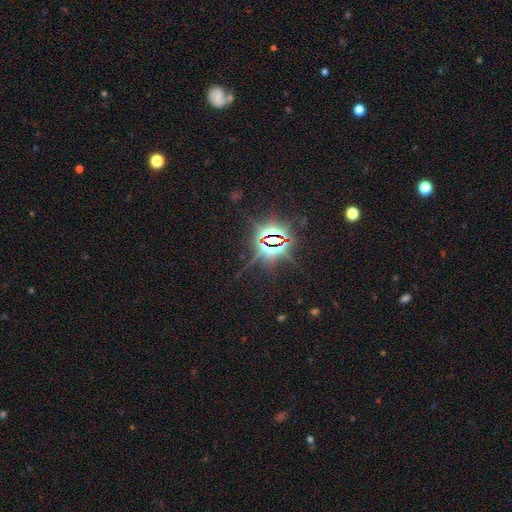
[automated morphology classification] Smooth or featured?
  - star or artifact: 84% *
  - smooth: 9%
  - featured or disk: 7%